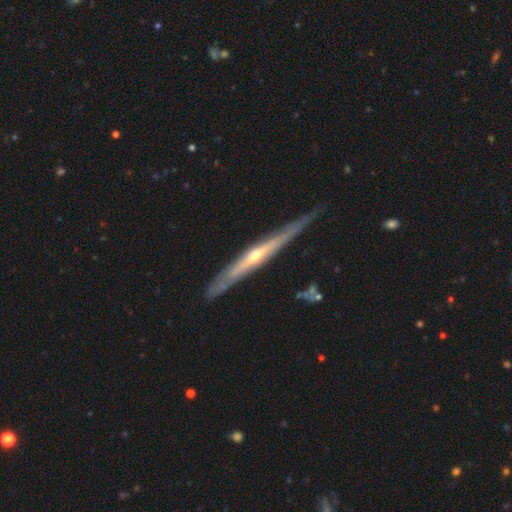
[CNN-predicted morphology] Smooth or featured? Predicted: featured or disk (p=0.79). Edge-on disk? Predicted: yes (p=0.93). Edge-on bulge? Predicted: rounded (p=0.71). Merging? Predicted: none (p=0.76).